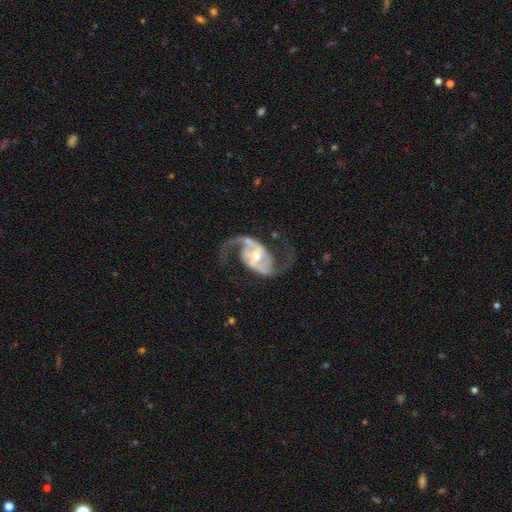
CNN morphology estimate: type=featured or disk (93%); edge-on=no (98%); bar=weak (41%); spiral arms=yes (97%); winding=loose (50%); arm count=2 (94%); bulge=moderate (62%); merging=none (74%).